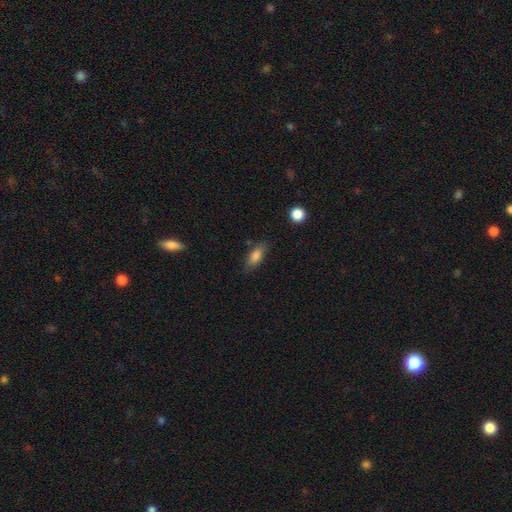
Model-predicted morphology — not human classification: smooth-or-featured: smooth: 81% | featured or disk: 11% | star or artifact: 8%
  how-rounded: in between: 78% | cigar-shaped: 19% | round: 3%
  merging: none: 76% | minor disturbance: 17% | major disturbance: 4% | merger: 2%